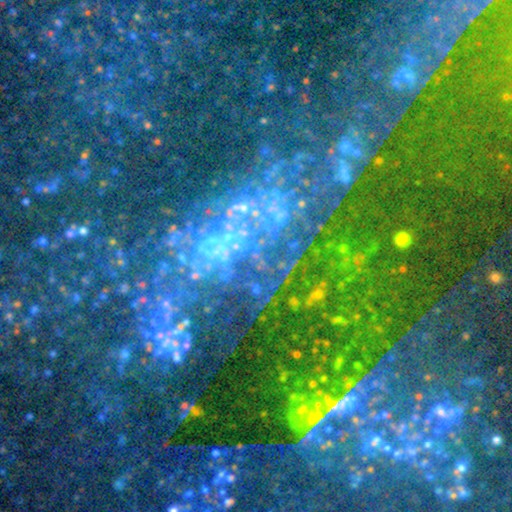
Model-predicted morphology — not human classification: The model was most divided on "smooth or featured": star or artifact: 52%, featured or disk: 33%, smooth: 15%.